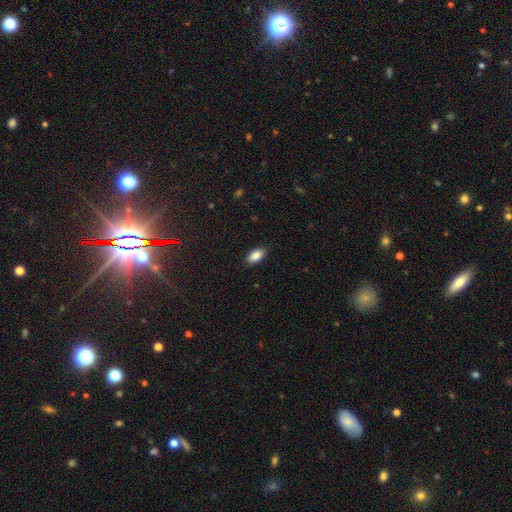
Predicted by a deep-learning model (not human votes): Smooth or featured: smooth — 87% (star or artifact — 7%)
How rounded: in between — 91% (cigar-shaped — 5%)
Merging: none — 85% (minor disturbance — 11%)